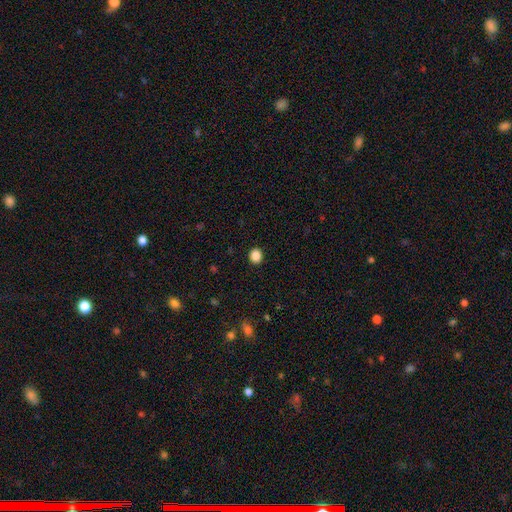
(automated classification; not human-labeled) The model was most divided on "how rounded": round: 76%, in between: 23%, cigar-shaped: 1%. More confident: merging — none (92%); smooth or featured — smooth (87%).